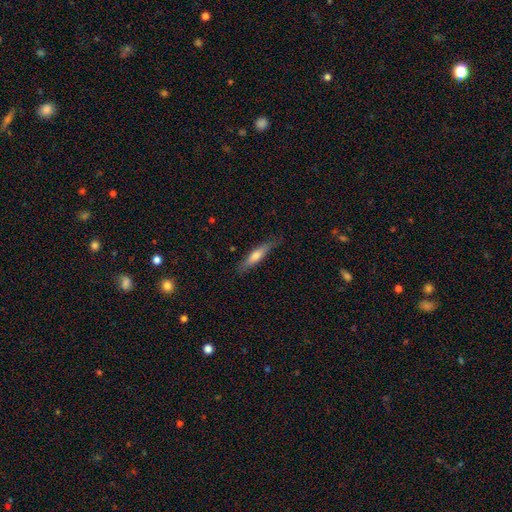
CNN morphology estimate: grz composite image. It shows a smooth galaxy with no disk features (60%) that is cigar-shaped (81%). Merging: none (80%).